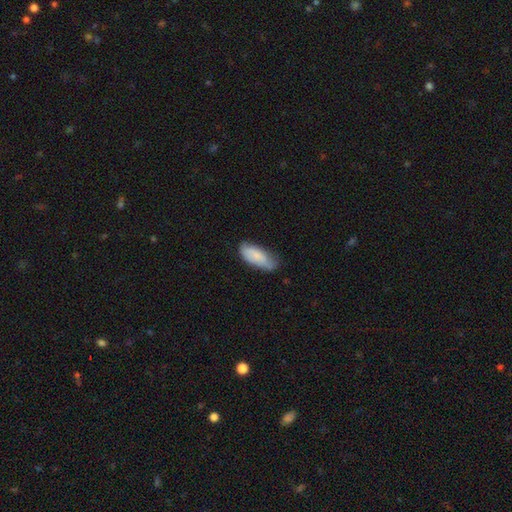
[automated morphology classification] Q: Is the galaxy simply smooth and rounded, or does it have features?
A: smooth — 79%.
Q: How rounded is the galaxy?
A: in between — 84%.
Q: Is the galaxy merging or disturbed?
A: none — 54%.